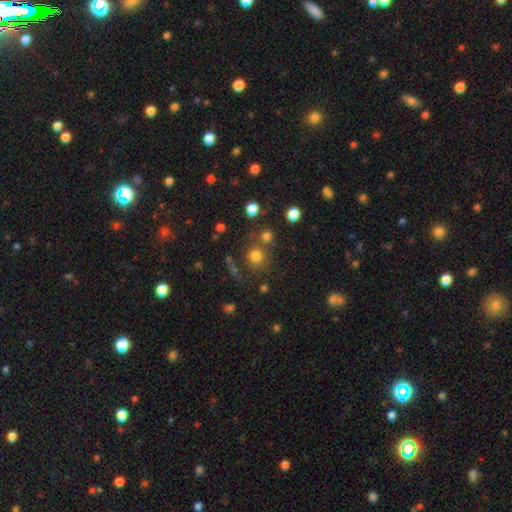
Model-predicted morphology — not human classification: type=smooth (75%); roundness=round (90%); merging=none (68%).